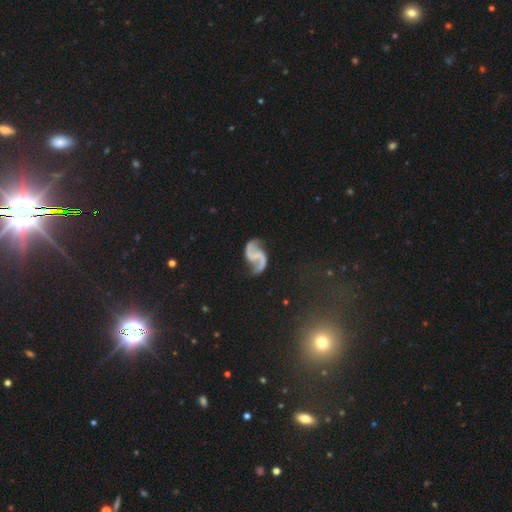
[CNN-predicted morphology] The model was most divided on "bar": no: 46%, weak: 38%, strong: 16%. More confident: edge-on disk — no (98%); spiral arms — yes (97%); spiral arm count — 2 (94%); smooth or featured — featured or disk (91%); merging — none (72%); spiral winding — loose (66%); bulge size — none (64%).